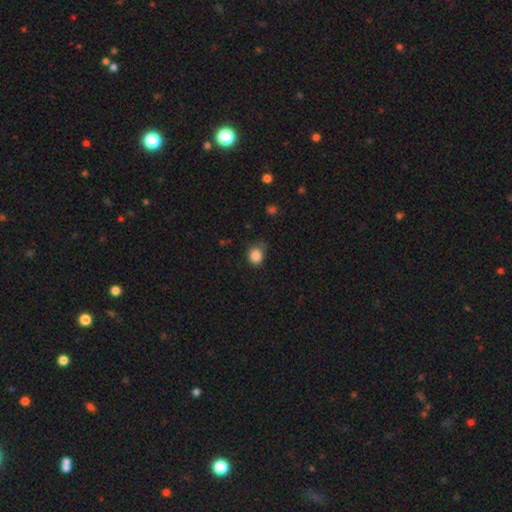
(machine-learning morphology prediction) type=smooth (84%); roundness=round (84%); merging=none (72%).